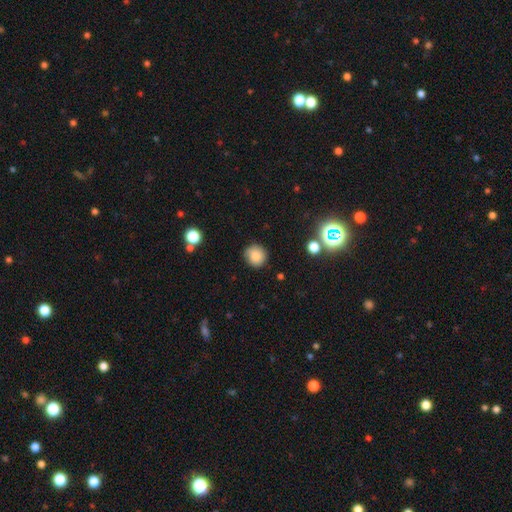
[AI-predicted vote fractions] smooth 83%, star or artifact 11%, featured or disk 6%. Down the decision tree: how rounded — round (92%); merging — none (86%).